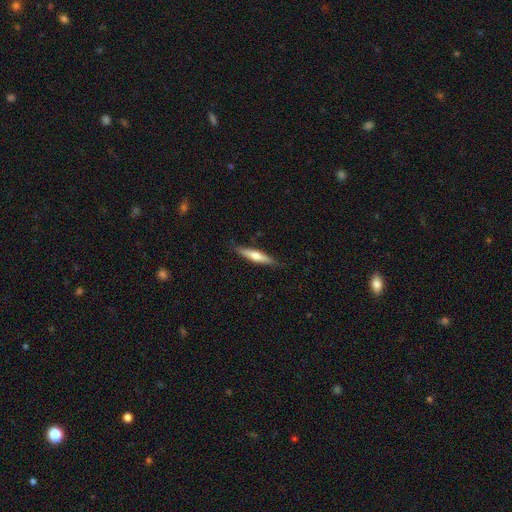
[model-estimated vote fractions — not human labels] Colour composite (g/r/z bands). It shows a smooth galaxy with no disk features (49%). Merging: none (86%).